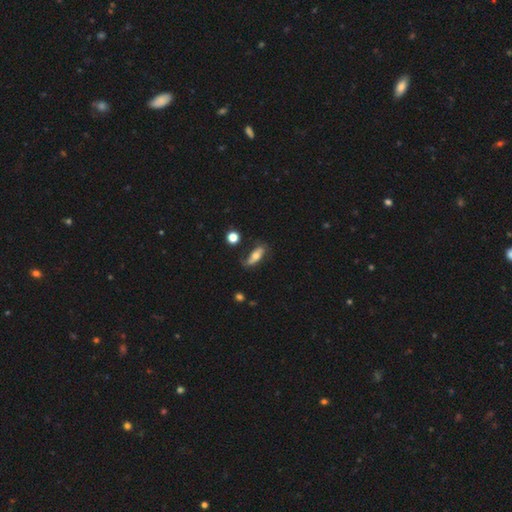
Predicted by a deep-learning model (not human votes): smooth_or_featured: smooth (p=0.50) [alt: featured or disk p=0.43]
merging: none (p=0.58) [alt: minor disturbance p=0.27]